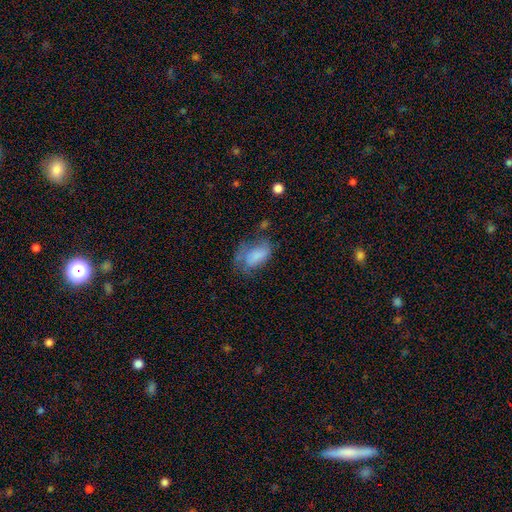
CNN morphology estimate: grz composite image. It shows a smooth galaxy with no disk features (72%) that is in between round and cigar-shaped (91%). Merging: none (38%).